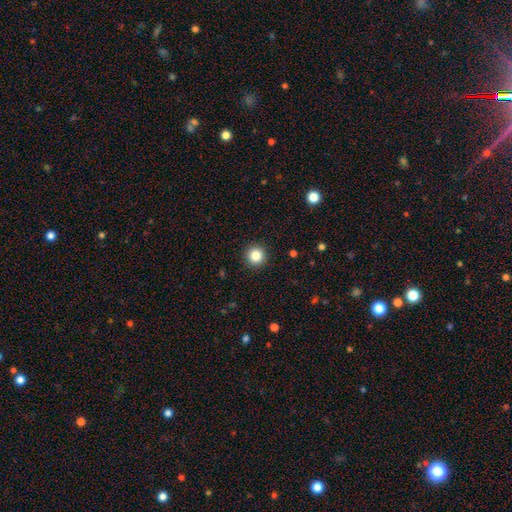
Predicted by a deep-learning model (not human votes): Smooth or featured? smooth (84%)
How rounded? round (96%)
Merging? none (93%)